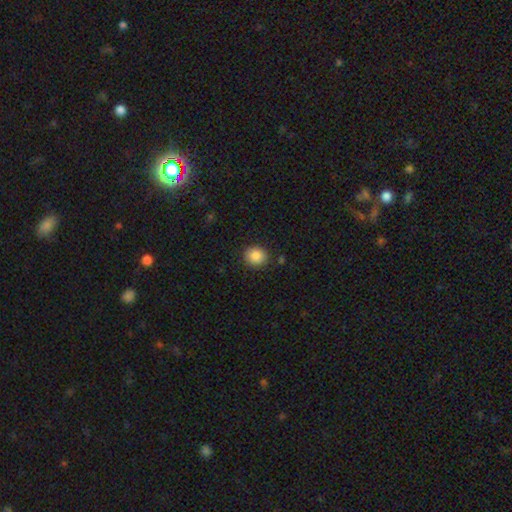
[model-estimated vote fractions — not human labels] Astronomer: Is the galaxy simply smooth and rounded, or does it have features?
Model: smooth — 87%.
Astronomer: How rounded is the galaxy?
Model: round — 81%.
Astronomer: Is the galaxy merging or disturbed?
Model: none — 88%.